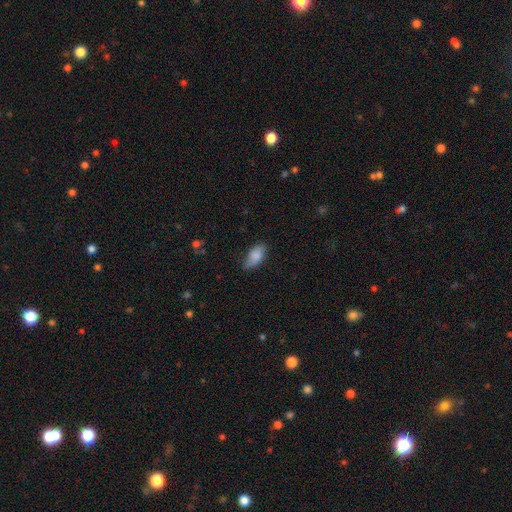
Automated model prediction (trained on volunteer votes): Smooth or featured?
  - smooth: 84% *
  - featured or disk: 9%
  - star or artifact: 7%
How rounded?
  - in between: 90% *
  - cigar-shaped: 7%
  - round: 3%
Merging?
  - none: 66% *
  - minor disturbance: 27%
  - major disturbance: 5%
  - merger: 1%